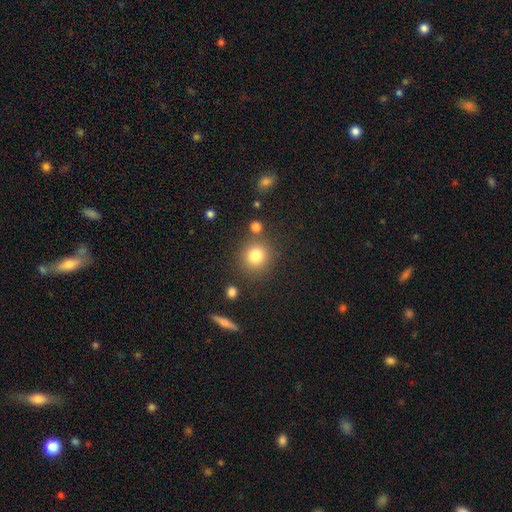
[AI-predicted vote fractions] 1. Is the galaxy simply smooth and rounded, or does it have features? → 81% smooth, 12% star or artifact, 7% featured or disk.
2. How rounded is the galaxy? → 89% round, 10% in between, 1% cigar-shaped.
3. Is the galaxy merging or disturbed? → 81% none, 9% minor disturbance, 7% merger, 3% major disturbance.